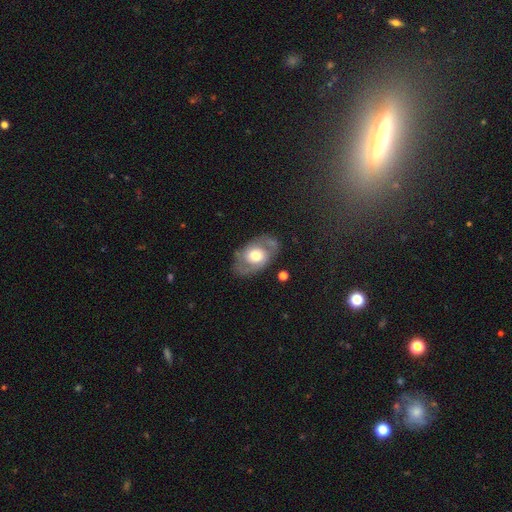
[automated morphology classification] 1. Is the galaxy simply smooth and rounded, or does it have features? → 63% featured or disk, 30% smooth, 7% star or artifact.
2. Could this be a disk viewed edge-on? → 94% no, 6% yes.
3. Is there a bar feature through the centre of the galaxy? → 74% no, 21% weak, 5% strong.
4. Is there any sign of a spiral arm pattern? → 69% yes, 31% no.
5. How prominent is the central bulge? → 58% moderate, 29% large, 9% small, 3% dominant, 1% none.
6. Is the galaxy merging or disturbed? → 67% none, 20% minor disturbance, 10% major disturbance, 3% merger.